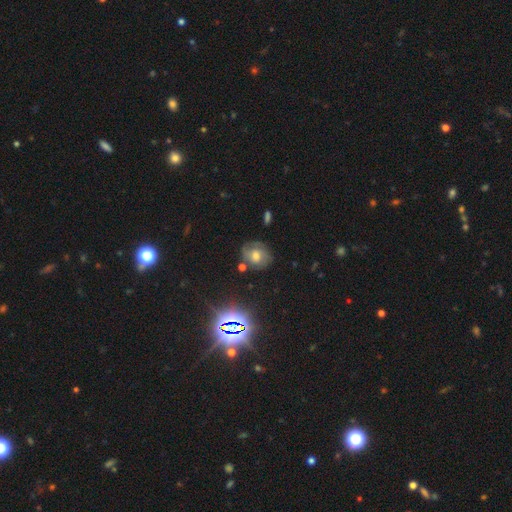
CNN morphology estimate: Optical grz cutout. It shows a smooth galaxy with no disk features (44%). Merging: none (69%).